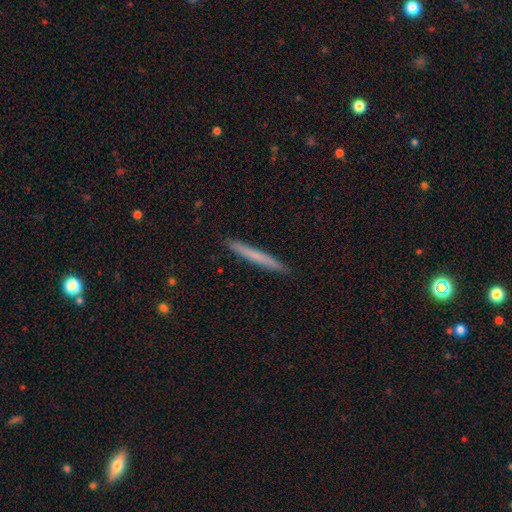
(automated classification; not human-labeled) Morphology: type=smooth (67%); roundness=cigar-shaped (97%); merging=none (92%).